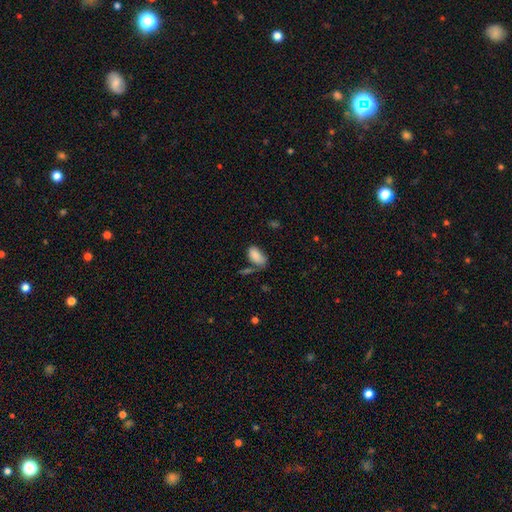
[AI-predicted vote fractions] smooth 86%, star or artifact 8%, featured or disk 6%. Down the decision tree: how rounded — in between (94%); merging — none (54%).